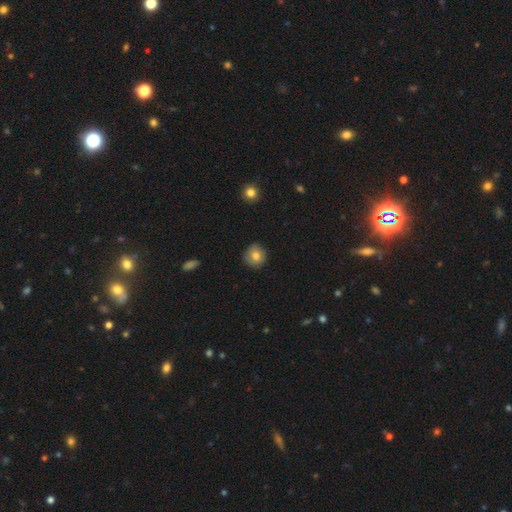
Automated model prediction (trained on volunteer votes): Morphology: type=smooth (76%); roundness=round (90%); merging=none (84%).